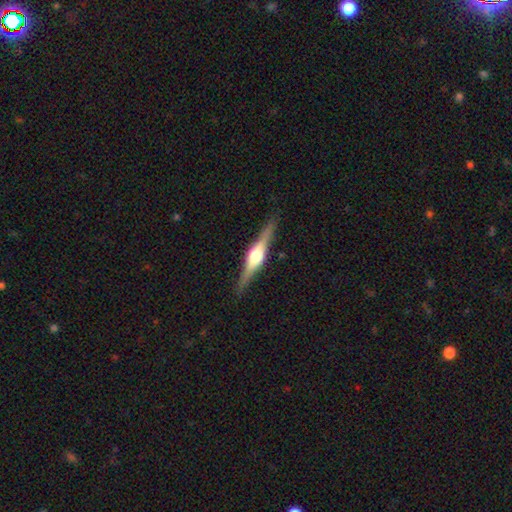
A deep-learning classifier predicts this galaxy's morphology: This appears to be a featured or disk galaxy (80%) viewed edge-on (98%) with a rounded central bulge (90%). Merging: none (89%).